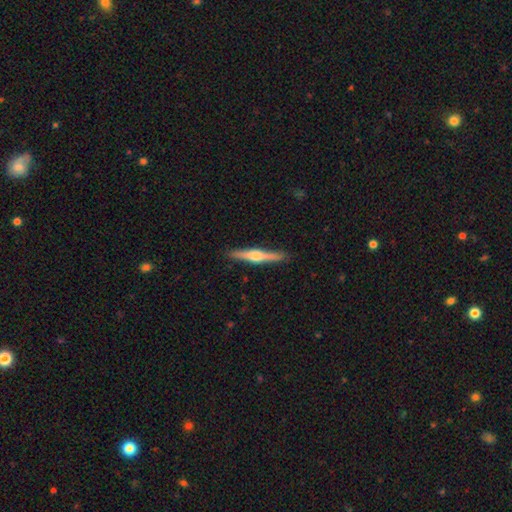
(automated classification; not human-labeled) The model was most divided on "smooth or featured": featured or disk: 66%, smooth: 28%, star or artifact: 5%. More confident: edge-on disk — yes (98%); merging — none (90%); edge-on bulge — rounded (90%).